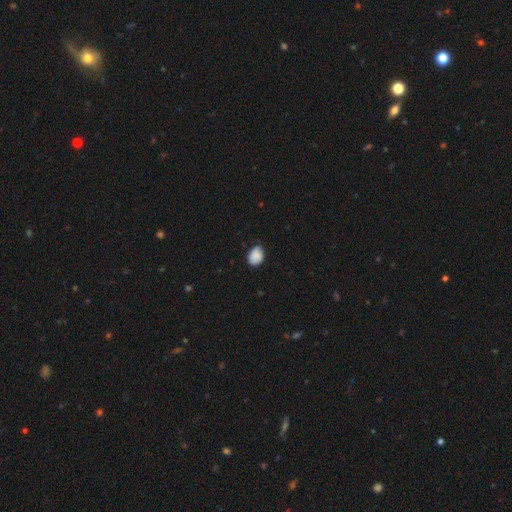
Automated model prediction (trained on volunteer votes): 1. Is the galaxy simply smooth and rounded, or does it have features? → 87% smooth, 8% star or artifact, 6% featured or disk.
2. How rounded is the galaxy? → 75% in between, 24% round, 1% cigar-shaped.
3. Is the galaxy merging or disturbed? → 68% none, 27% minor disturbance, 4% major disturbance, 1% merger.